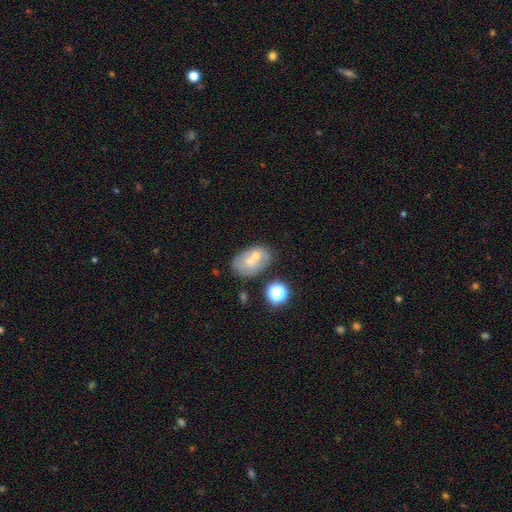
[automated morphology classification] A smooth galaxy with no disk features (46%).

Vote fractions:
- Smooth or featured? smooth: 46% / featured or disk: 37% / star or artifact: 17%
- Merging? none: 54% / merger: 20% / minor disturbance: 18% / major disturbance: 8%